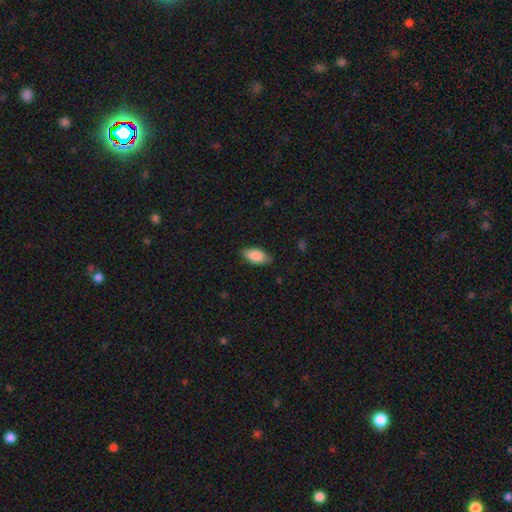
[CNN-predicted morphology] Q: Smooth or featured?
A: smooth (87%); runner-up: featured or disk (7%)
Q: How rounded?
A: in between (92%); runner-up: cigar-shaped (5%)
Q: Merging?
A: none (83%); runner-up: minor disturbance (13%)